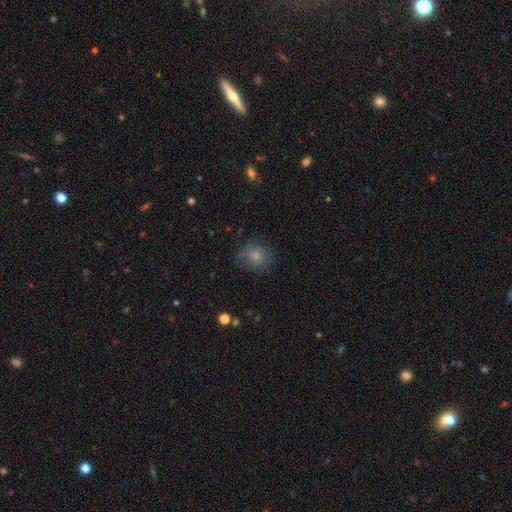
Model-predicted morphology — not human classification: A smooth galaxy with no disk features (78%) that is round (80%).

Vote fractions:
- Smooth or featured? smooth: 78% / featured or disk: 12% / star or artifact: 11%
- How rounded? round: 80% / in between: 19% / cigar-shaped: 1%
- Merging? none: 73% / minor disturbance: 18% / major disturbance: 7% / merger: 1%